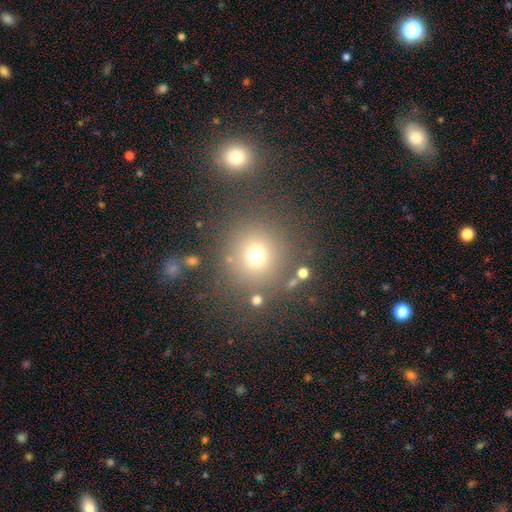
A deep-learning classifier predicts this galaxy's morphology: type=smooth (70%); roundness=round (92%); merging=none (80%).